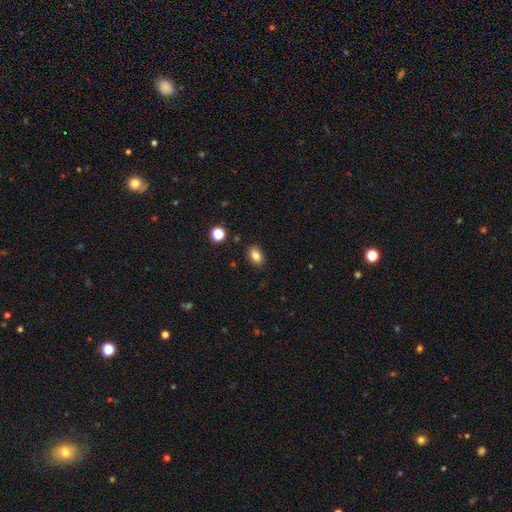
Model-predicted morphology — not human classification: Smooth or featured? Predicted: smooth (p=0.83). How rounded? Predicted: in between (p=0.82). Merging? Predicted: none (p=0.87).